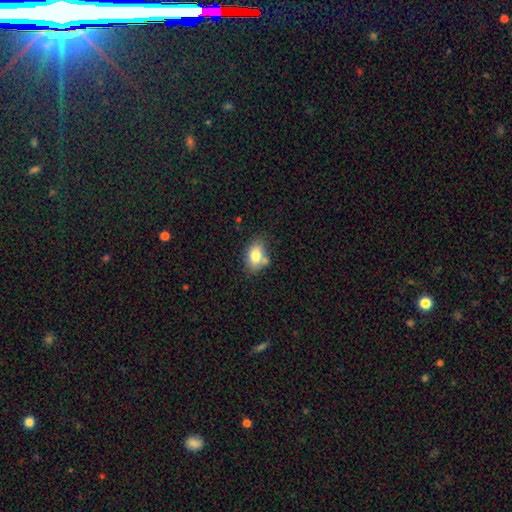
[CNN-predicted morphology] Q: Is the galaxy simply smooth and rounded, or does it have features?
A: smooth — 78%.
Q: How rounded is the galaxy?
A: in between — 83%.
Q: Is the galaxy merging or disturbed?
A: none — 62%.